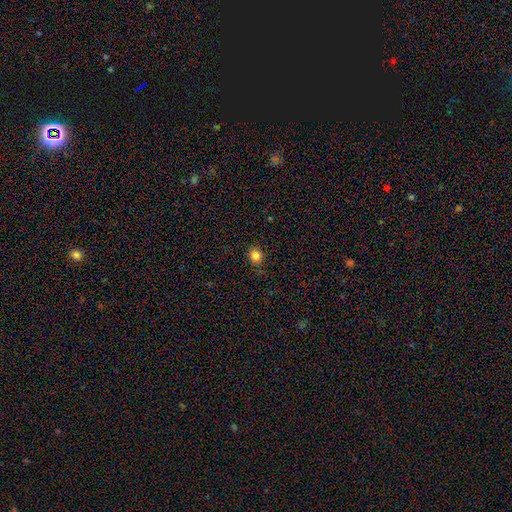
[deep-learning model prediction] This is clearly a smooth galaxy (83%). How rounded: likely round (76%). Merging: clearly none (80%).